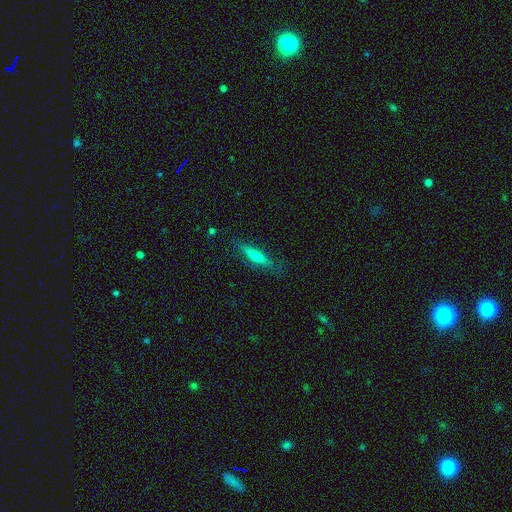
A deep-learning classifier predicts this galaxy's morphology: Overall: smooth (54%; featured or disk 40%). How rounded: cigar-shaped (80%). Merging: none (82%).